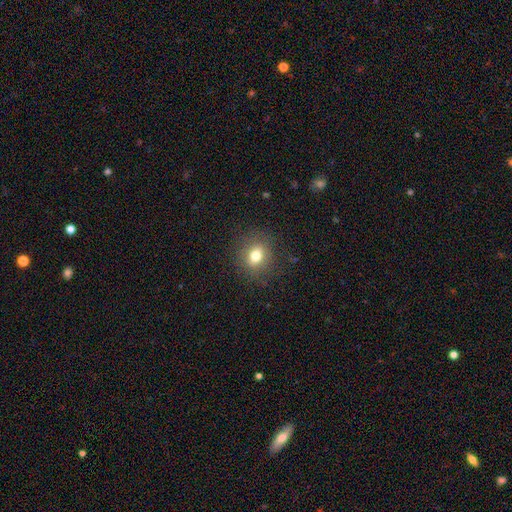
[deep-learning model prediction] This is likely a smooth galaxy (76%). How rounded: likely round (69%). Merging: clearly none (86%).